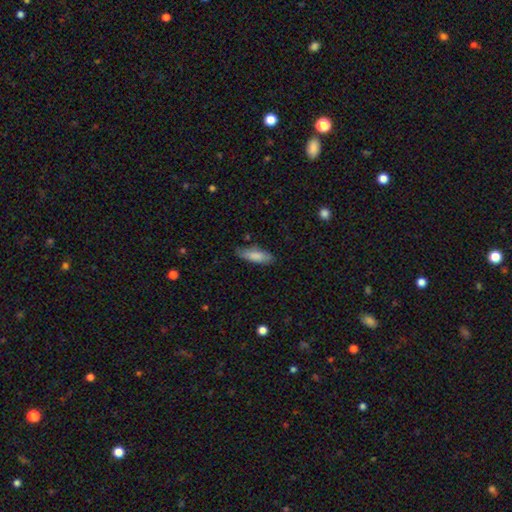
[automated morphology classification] The model was most divided on "how rounded": in between: 55%, cigar-shaped: 43%, round: 2%. More confident: smooth or featured — smooth (83%); merging — none (77%).